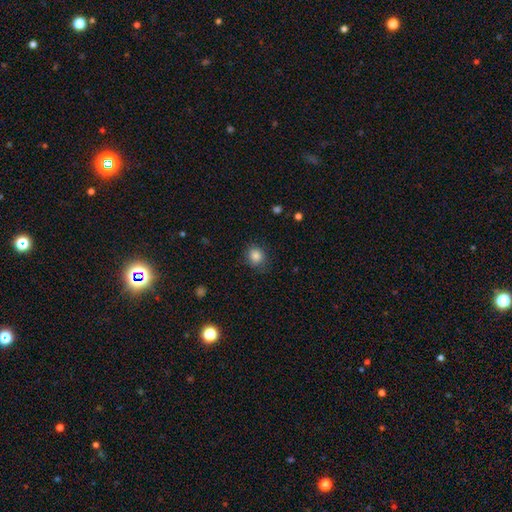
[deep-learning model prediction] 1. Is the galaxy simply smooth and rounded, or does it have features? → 85% smooth, 10% star or artifact, 5% featured or disk.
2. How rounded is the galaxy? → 75% round, 24% in between, 1% cigar-shaped.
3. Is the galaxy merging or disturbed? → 81% none, 14% minor disturbance, 4% major disturbance, 1% merger.